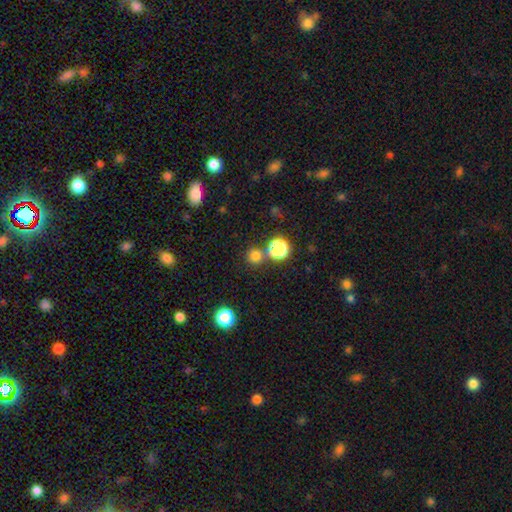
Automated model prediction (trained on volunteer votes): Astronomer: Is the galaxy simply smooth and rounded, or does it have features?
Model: smooth — 75%.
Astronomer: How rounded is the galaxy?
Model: round — 92%.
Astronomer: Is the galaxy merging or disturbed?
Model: none — 75%.